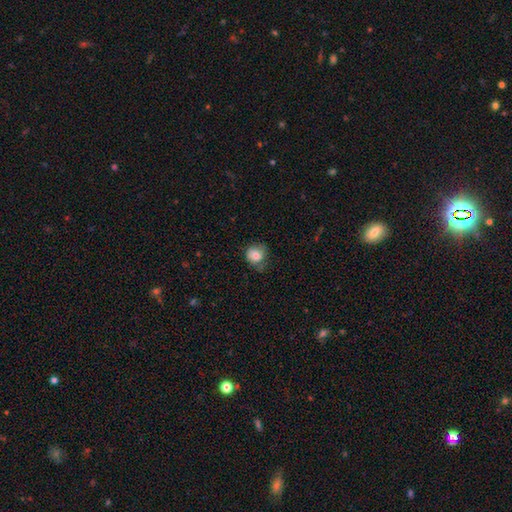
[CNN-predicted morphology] Overall: smooth (77%). How rounded: round (81%). Merging: none (59%; minor disturbance 30%).